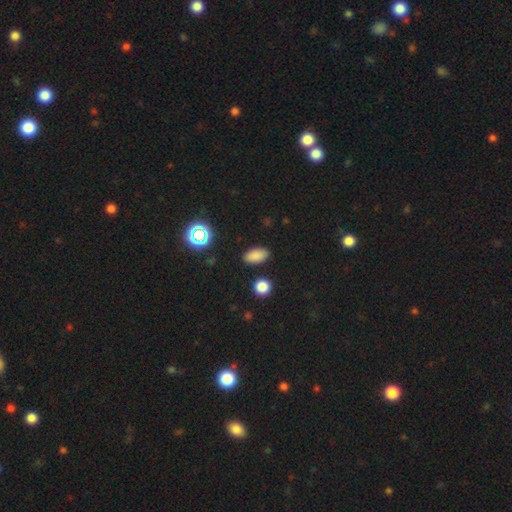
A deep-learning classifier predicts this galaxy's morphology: Smooth or featured?
  - smooth: 83% *
  - star or artifact: 13%
  - featured or disk: 5%
How rounded?
  - in between: 90% *
  - round: 6%
  - cigar-shaped: 4%
Merging?
  - none: 88% *
  - minor disturbance: 8%
  - major disturbance: 2%
  - merger: 2%